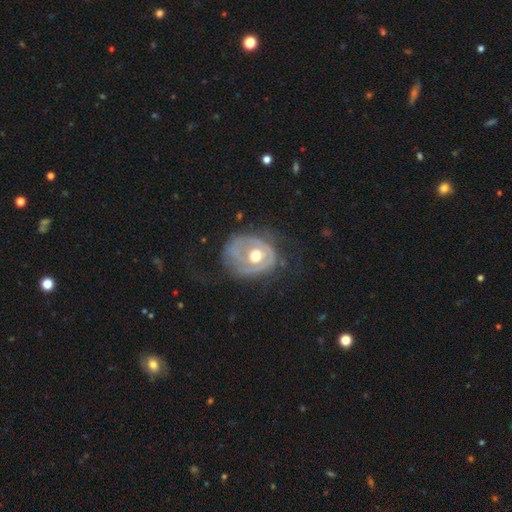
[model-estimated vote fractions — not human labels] Smooth or featured? featured or disk (72%)
Edge-on disk? no (96%)
Bar? no (80%)
Spiral arms? yes (57%)
Bulge size? moderate (75%)
Merging? none (42%)